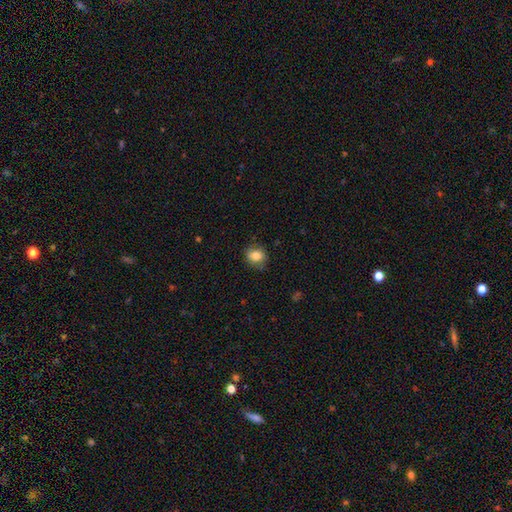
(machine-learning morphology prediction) Smooth or featured? Predicted: smooth (p=0.82). How rounded? Predicted: round (p=0.75). Merging? Predicted: none (p=0.82).